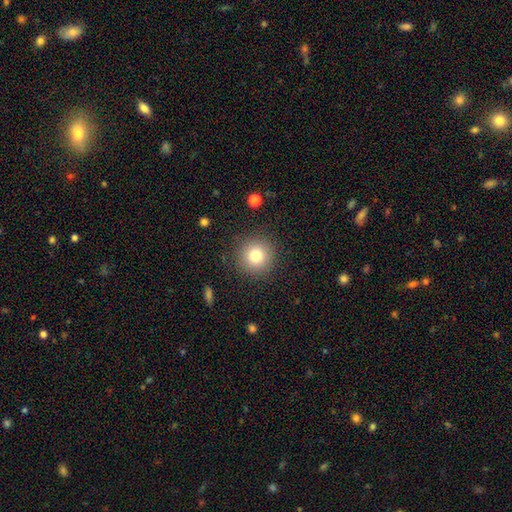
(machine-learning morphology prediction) smooth-or-featured: smooth: 79% | star or artifact: 11% | featured or disk: 10%
  how-rounded: round: 95% | in between: 4% | cigar-shaped: 1%
  merging: none: 89% | minor disturbance: 7% | major disturbance: 3% | merger: 1%